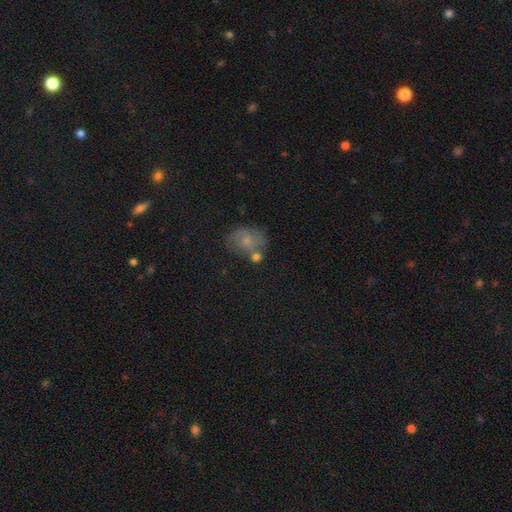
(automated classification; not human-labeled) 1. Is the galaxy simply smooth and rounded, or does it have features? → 50% smooth, 32% featured or disk, 18% star or artifact.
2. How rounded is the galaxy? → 53% in between, 46% round, 2% cigar-shaped.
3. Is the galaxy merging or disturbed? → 54% none, 20% minor disturbance, 17% merger, 9% major disturbance.